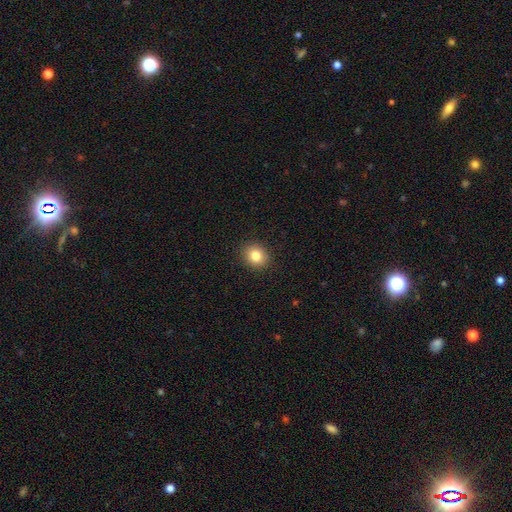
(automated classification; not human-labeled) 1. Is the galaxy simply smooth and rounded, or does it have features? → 83% smooth, 11% star or artifact, 7% featured or disk.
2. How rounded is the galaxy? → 73% round, 27% in between, 1% cigar-shaped.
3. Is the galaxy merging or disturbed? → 91% none, 6% minor disturbance, 2% major disturbance, 1% merger.